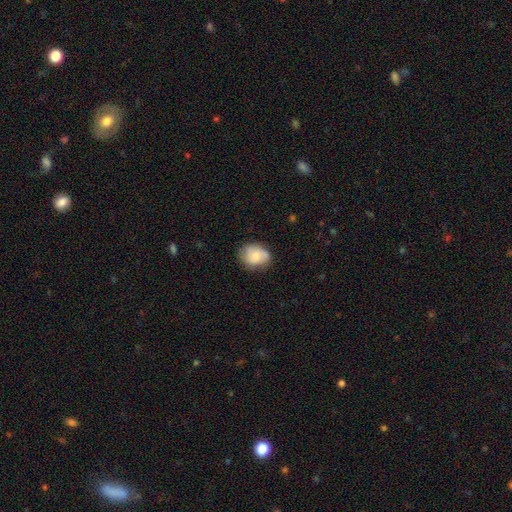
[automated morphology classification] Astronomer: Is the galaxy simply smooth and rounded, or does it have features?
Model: smooth — 65%.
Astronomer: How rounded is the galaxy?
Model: in between — 51% (runner-up: round, 48%).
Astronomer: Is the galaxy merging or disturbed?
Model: none — 67%.